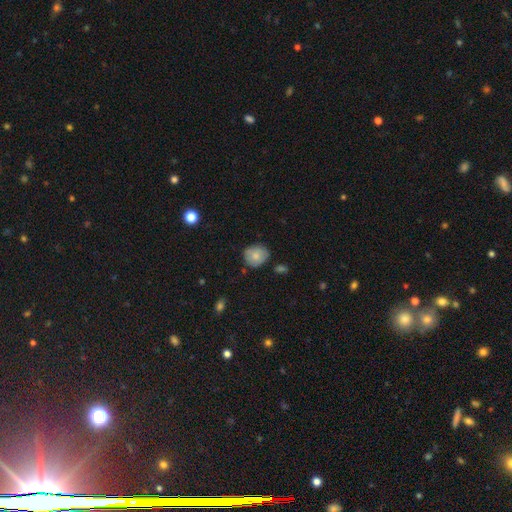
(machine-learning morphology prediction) Smooth or featured: smooth — 77% (featured or disk — 15%)
How rounded: round — 72% (in between — 27%)
Merging: none — 75% (minor disturbance — 19%)